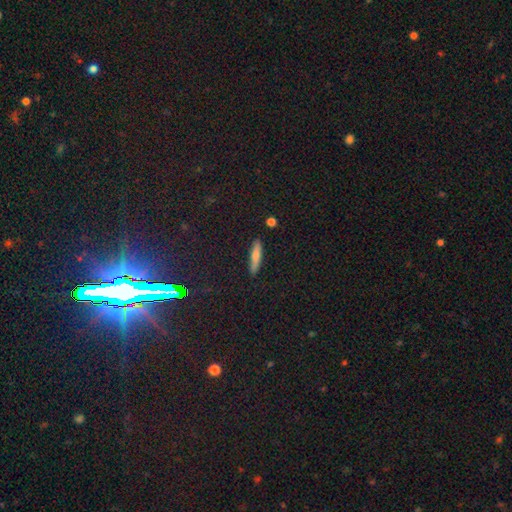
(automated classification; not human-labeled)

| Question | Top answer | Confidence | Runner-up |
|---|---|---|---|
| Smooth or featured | smooth | 71% | featured or disk (22%) |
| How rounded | cigar-shaped | 85% | in between (13%) |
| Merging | none | 89% | minor disturbance (8%) |